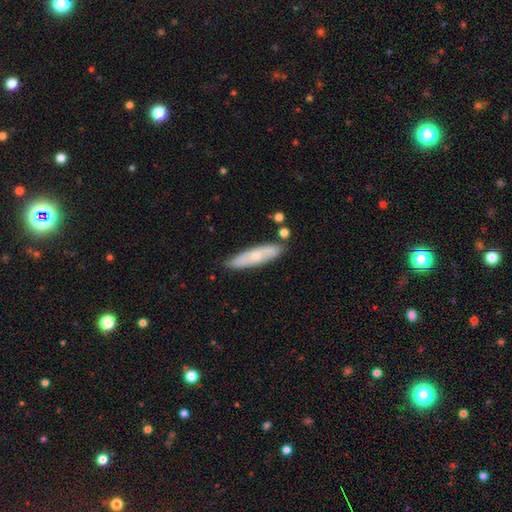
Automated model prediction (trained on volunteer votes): The model was most divided on "smooth or featured": smooth: 58%, featured or disk: 36%, star or artifact: 7%. More confident: merging — none (79%); how rounded — cigar-shaped (74%).